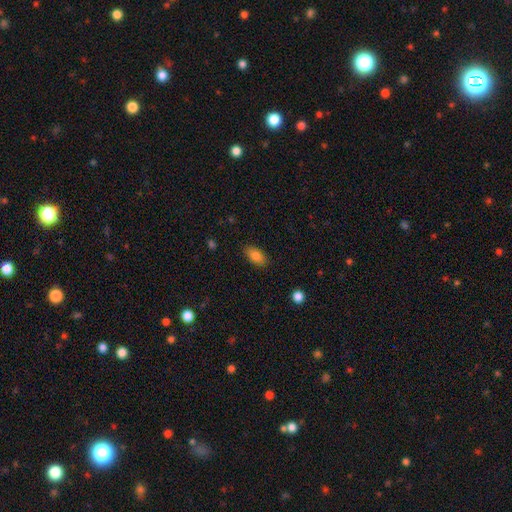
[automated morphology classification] smooth_or_featured: smooth (p=0.85) [alt: star or artifact p=0.08]
how_rounded: in between (p=0.90) [alt: cigar-shaped p=0.06]
merging: none (p=0.85) [alt: minor disturbance p=0.11]